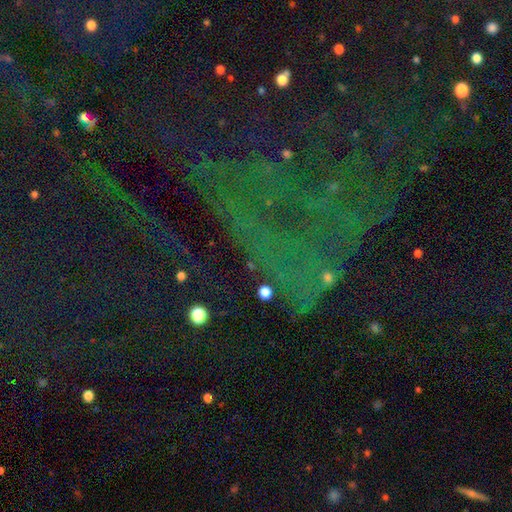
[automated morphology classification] This is likely a star or artifact rather than a galaxy (70%).